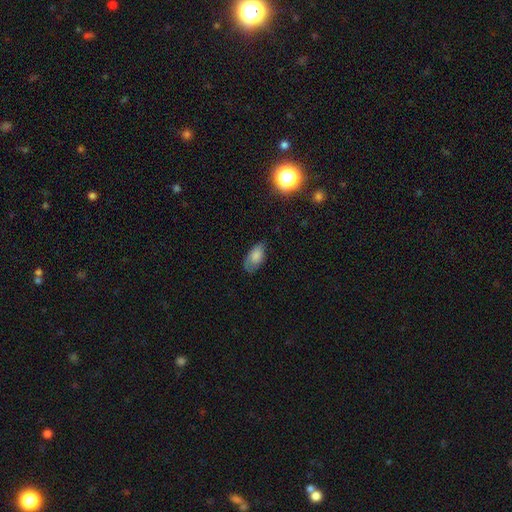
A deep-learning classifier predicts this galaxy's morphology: smooth-or-featured: smooth: 75% | featured or disk: 15% | star or artifact: 9%
  how-rounded: in between: 92% | round: 4% | cigar-shaped: 3%
  merging: none: 61% | minor disturbance: 29% | major disturbance: 9% | merger: 2%